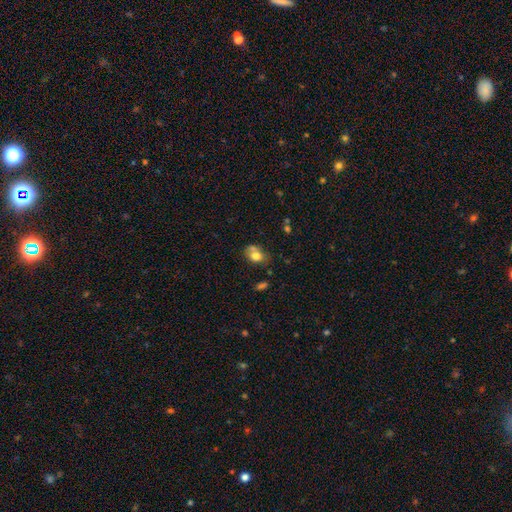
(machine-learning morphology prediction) A smooth galaxy with no disk features (74%) that is in between round and cigar-shaped (60%).

Vote fractions:
- Smooth or featured? smooth: 74% / featured or disk: 16% / star or artifact: 10%
- How rounded? in between: 60% / round: 39% / cigar-shaped: 1%
- Merging? none: 43% / merger: 28% / minor disturbance: 21% / major disturbance: 8%